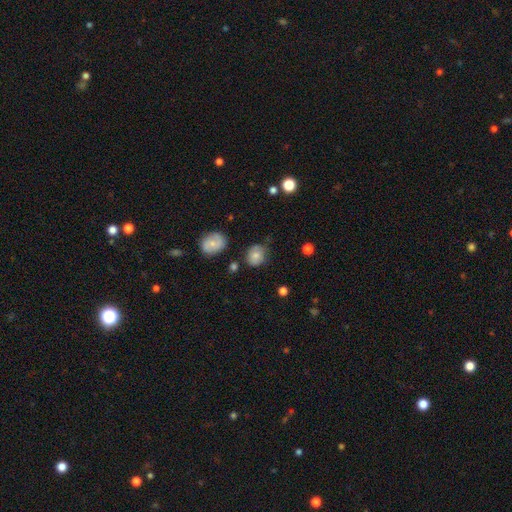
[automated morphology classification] A smooth galaxy with no disk features (74%) that is round (74%).

Vote fractions:
- Smooth or featured? smooth: 74% / featured or disk: 16% / star or artifact: 10%
- How rounded? round: 74% / in between: 25% / cigar-shaped: 1%
- Merging? none: 64% / minor disturbance: 25% / major disturbance: 7% / merger: 4%